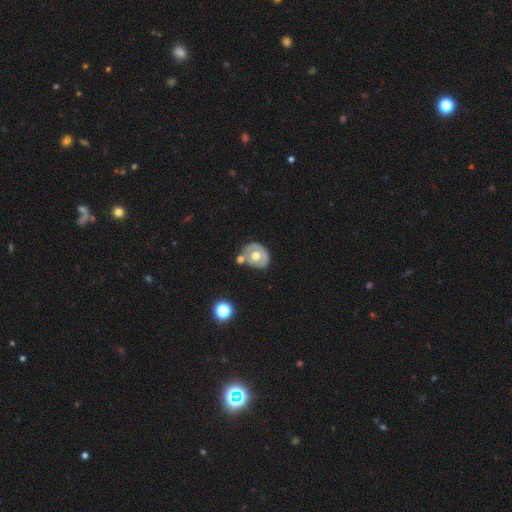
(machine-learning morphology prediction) This appears to be a featured or disk galaxy (48%). Merging: none (51%).